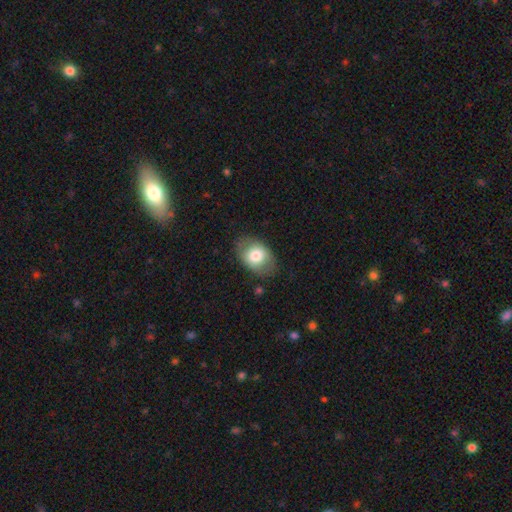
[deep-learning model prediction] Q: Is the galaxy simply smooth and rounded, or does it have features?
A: smooth — 72%.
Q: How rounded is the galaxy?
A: in between — 80%.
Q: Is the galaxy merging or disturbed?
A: none — 77%.